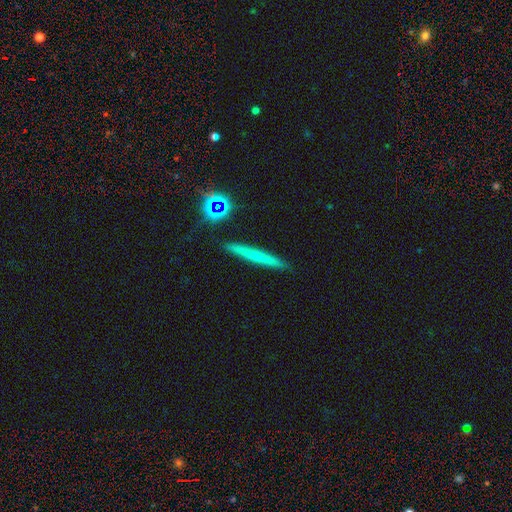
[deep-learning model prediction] Smooth or featured: smooth — 58% (featured or disk — 31%)
How rounded: cigar-shaped — 95% (in between — 3%)
Merging: none — 90% (minor disturbance — 6%)